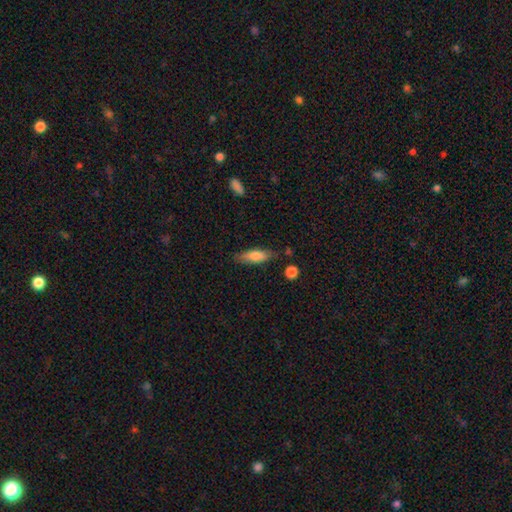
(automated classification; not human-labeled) Overall: smooth (76%). How rounded: cigar-shaped (50%; in between 48%). Merging: none (79%).